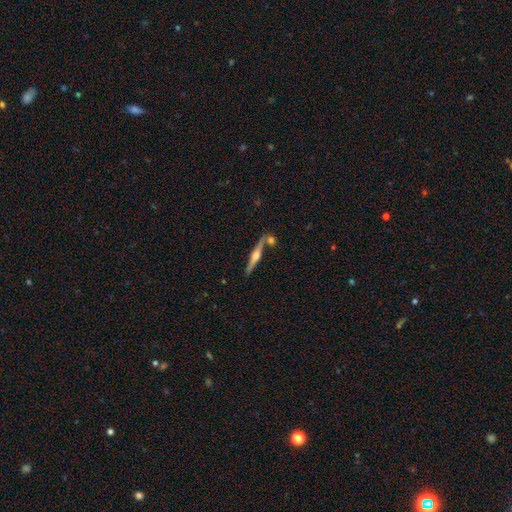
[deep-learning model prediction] smooth-or-featured: featured or disk: 76% | smooth: 18% | star or artifact: 6%
  disk-edge-on: yes: 97% | no: 3%
    edge-on-bulge: rounded: 93% | boxy: 4% | none: 3%
  merging: none: 75% | merger: 13% | minor disturbance: 9% | major disturbance: 3%